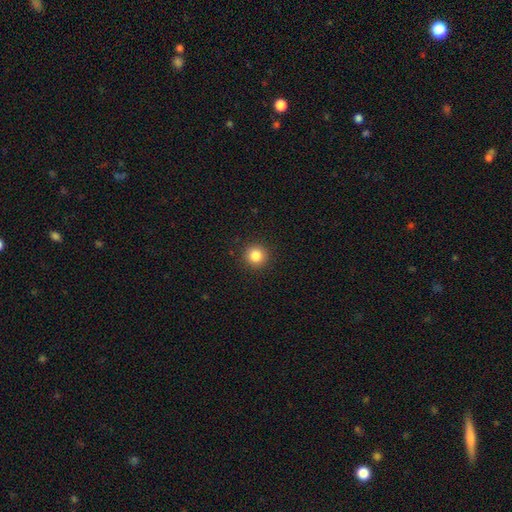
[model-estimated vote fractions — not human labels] Q: Smooth or featured?
A: smooth (84%); runner-up: star or artifact (11%)
Q: How rounded?
A: round (95%); runner-up: in between (5%)
Q: Merging?
A: none (92%); runner-up: minor disturbance (5%)